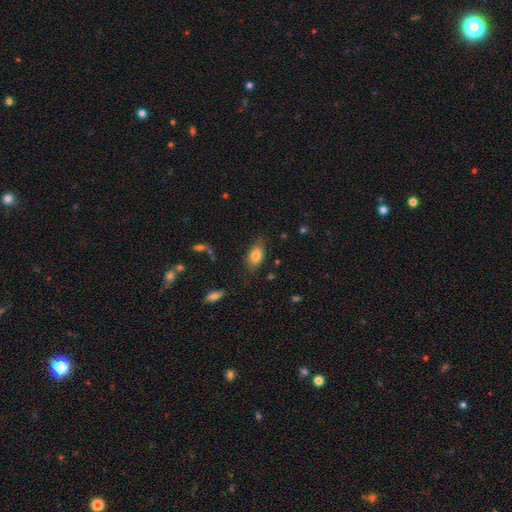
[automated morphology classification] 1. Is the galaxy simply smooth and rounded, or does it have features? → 80% smooth, 12% featured or disk, 8% star or artifact.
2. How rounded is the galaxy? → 88% in between, 6% round, 5% cigar-shaped.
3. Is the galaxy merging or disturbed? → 73% none, 21% minor disturbance, 4% major disturbance, 2% merger.